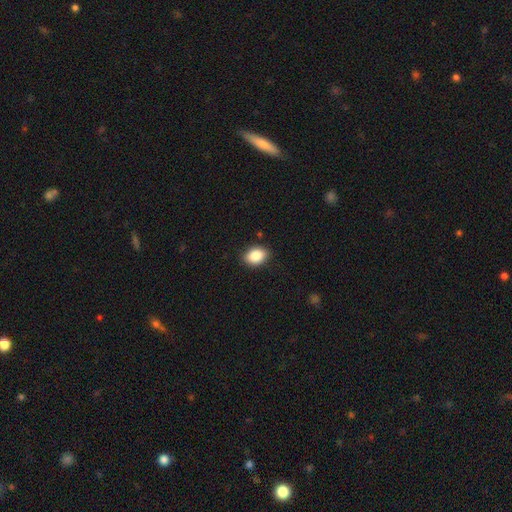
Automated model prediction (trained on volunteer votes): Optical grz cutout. It shows a smooth galaxy with no disk features (86%) that is in between round and cigar-shaped (74%). Merging: none (88%).